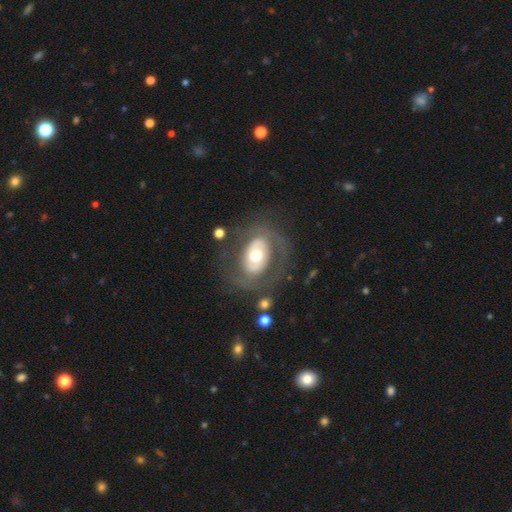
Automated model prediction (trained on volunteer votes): smooth_or_featured: featured or disk (p=0.68) [alt: smooth p=0.26]
disk_edge_on: no (p=0.95) [alt: yes p=0.05]
bar: no (p=0.62) [alt: weak p=0.24]
has_spiral_arms: yes (p=0.56) [alt: no p=0.44]
bulge_size: moderate (p=0.66) [alt: large p=0.20]
merging: none (p=0.66) [alt: minor disturbance p=0.16]